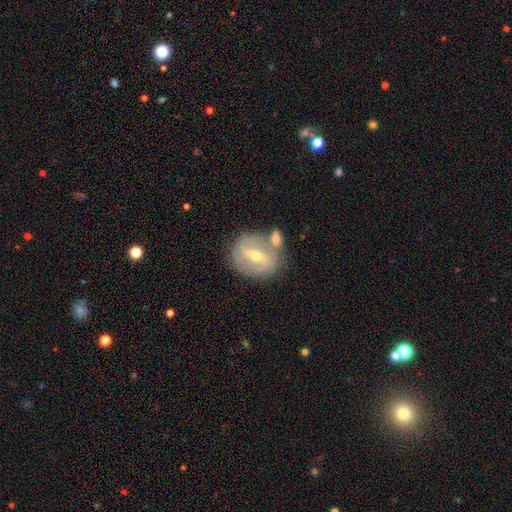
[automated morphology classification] Smooth or featured? featured or disk (71%)
Edge-on disk? no (93%)
Bar? strong (48%)
Spiral arms? yes (62%)
Bulge size? moderate (52%)
Merging? none (63%)